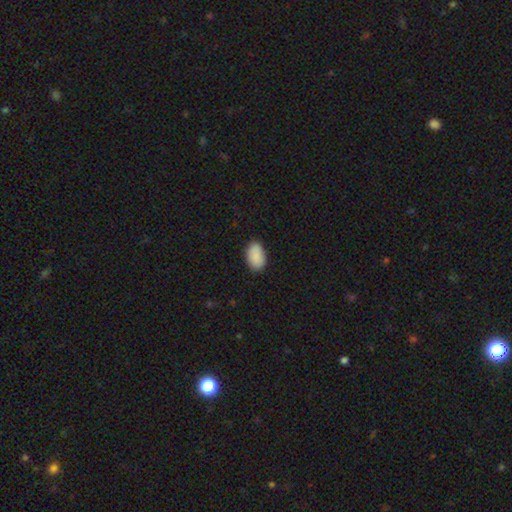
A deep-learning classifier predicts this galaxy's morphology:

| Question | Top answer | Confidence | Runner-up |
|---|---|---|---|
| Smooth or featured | smooth | 90% | star or artifact (7%) |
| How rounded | in between | 93% | round (6%) |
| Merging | none | 84% | minor disturbance (12%) |